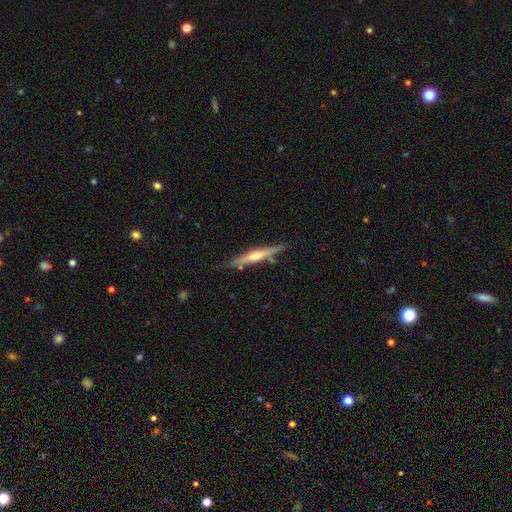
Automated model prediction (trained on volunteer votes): The model was most divided on "smooth or featured": featured or disk: 67%, smooth: 27%, star or artifact: 6%. More confident: edge-on disk — yes (96%); merging — none (81%); edge-on bulge — rounded (81%).